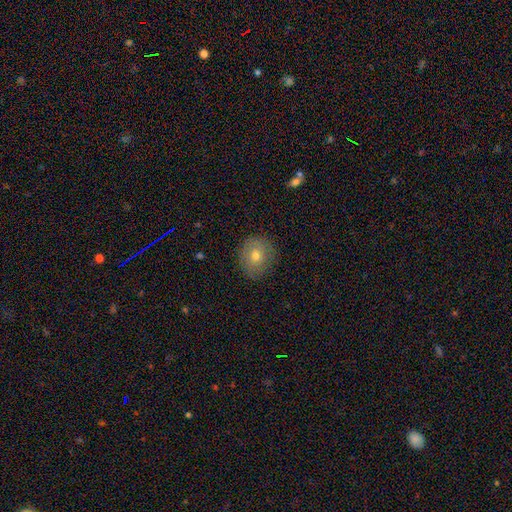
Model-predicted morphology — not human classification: This appears to be a smooth galaxy with no disk features (65%) that is round (79%). Merging: none (84%).